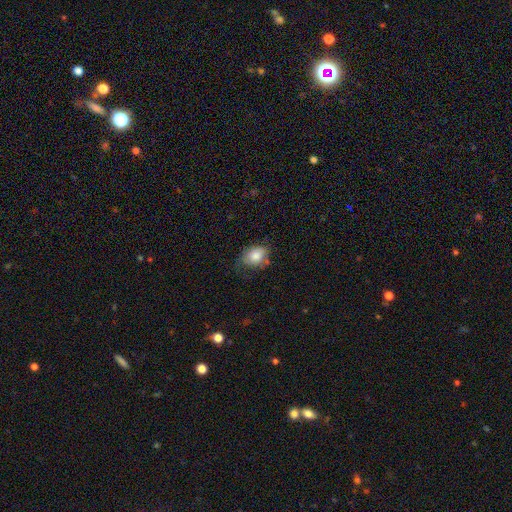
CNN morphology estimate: Overall: smooth (80%). How rounded: in between (66%; round 33%). Merging: none (54%; minor disturbance 32%).